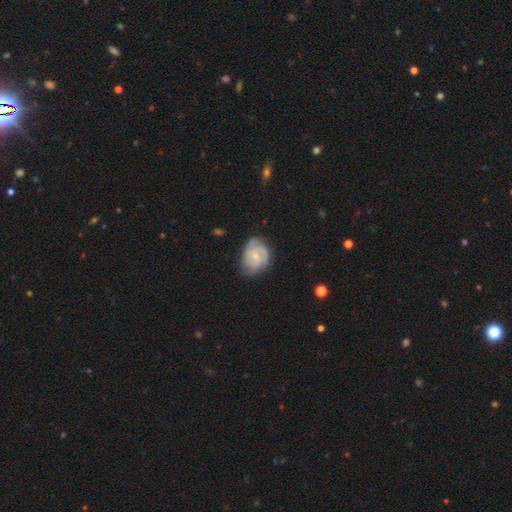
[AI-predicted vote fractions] Overall: featured or disk (75%). Edge-on disk: no (98%). Bar: weak (48%; no 44%). Spiral arms: yes (95%). Spiral arm count: 2 (47%; 3 24%). Spiral winding: tight (54%; medium 37%). Bulge size: small (64%; moderate 25%). Merging: none (68%).